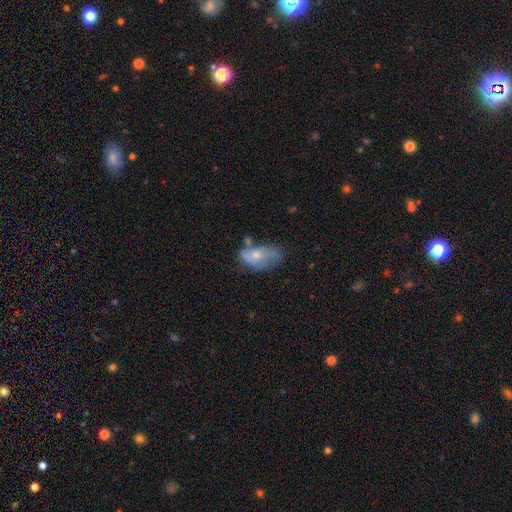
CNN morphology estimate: type=smooth (54%); roundness=in between (90%); merging=none (33%).